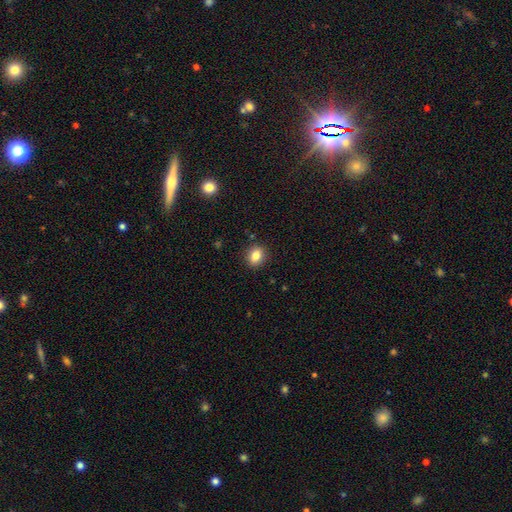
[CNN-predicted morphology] smooth 84%, star or artifact 10%, featured or disk 6%. Down the decision tree: how rounded — in between (51%); merging — none (88%).